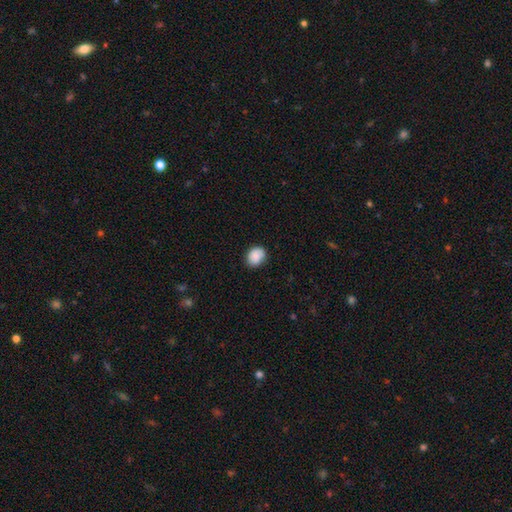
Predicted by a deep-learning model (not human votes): Q: Smooth or featured?
A: smooth (86%); runner-up: star or artifact (8%)
Q: How rounded?
A: round (51%); runner-up: in between (48%)
Q: Merging?
A: none (80%); runner-up: minor disturbance (16%)